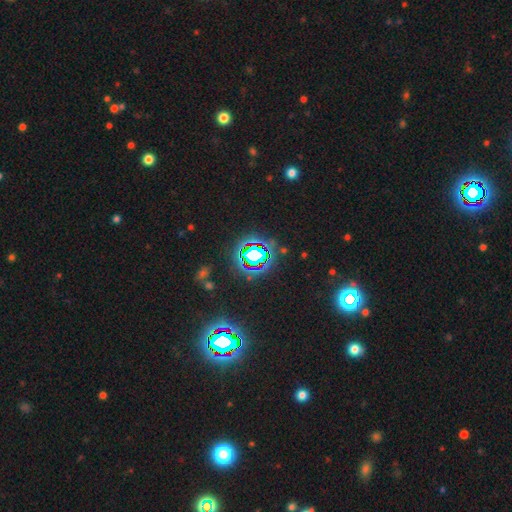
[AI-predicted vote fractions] smooth-or-featured: star or artifact: 75% | smooth: 14% | featured or disk: 11%